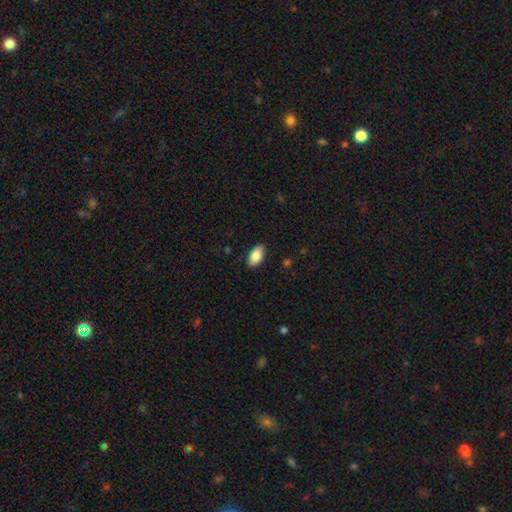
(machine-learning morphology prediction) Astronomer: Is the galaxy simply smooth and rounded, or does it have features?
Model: smooth — 86%.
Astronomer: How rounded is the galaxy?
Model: in between — 93%.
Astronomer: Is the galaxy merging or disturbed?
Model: none — 88%.